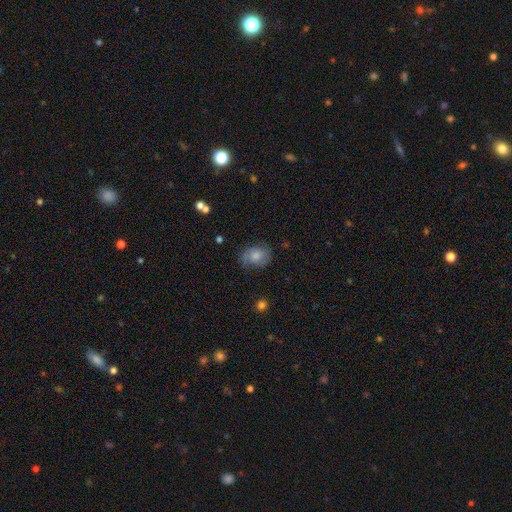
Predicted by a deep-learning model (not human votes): A smooth galaxy with no disk features (72%) that is in between round and cigar-shaped (66%).

Vote fractions:
- Smooth or featured? smooth: 72% / featured or disk: 20% / star or artifact: 8%
- How rounded? in between: 66% / round: 32% / cigar-shaped: 1%
- Merging? none: 65% / minor disturbance: 25% / major disturbance: 8% / merger: 2%